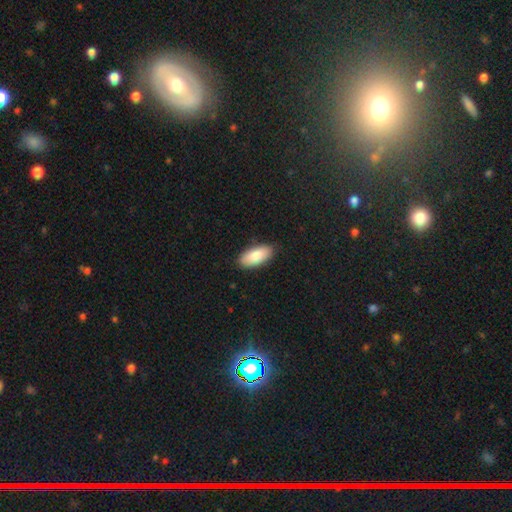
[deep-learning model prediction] This appears to be a smooth galaxy with no disk features (87%) that is in between round and cigar-shaped (92%). Merging: none (87%).